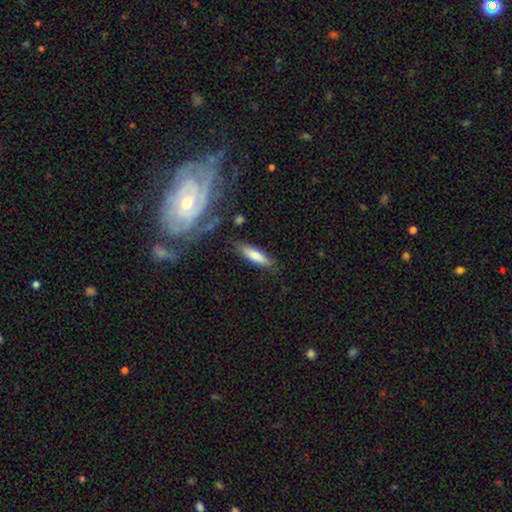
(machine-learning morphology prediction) This is likely a smooth galaxy (75%). How rounded: likely cigar-shaped (64%). Merging: clearly none (80%).